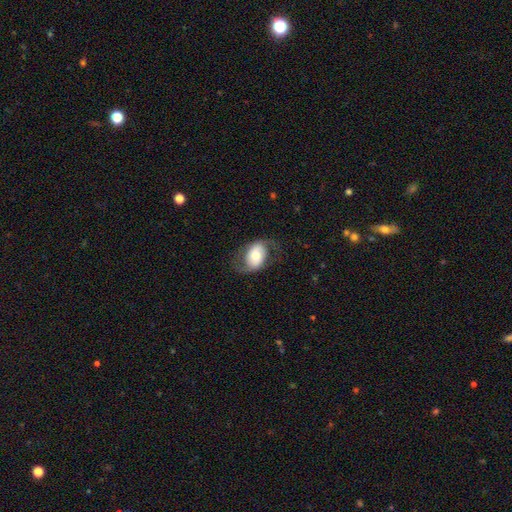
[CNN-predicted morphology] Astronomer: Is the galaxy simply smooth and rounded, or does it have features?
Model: featured or disk — 61%.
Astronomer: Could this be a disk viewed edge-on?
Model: no — 95%.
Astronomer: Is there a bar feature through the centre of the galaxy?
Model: no — 58%.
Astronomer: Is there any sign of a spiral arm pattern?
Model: yes — 79%.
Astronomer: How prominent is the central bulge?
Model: moderate — 63%.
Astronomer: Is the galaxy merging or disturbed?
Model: none — 65%.